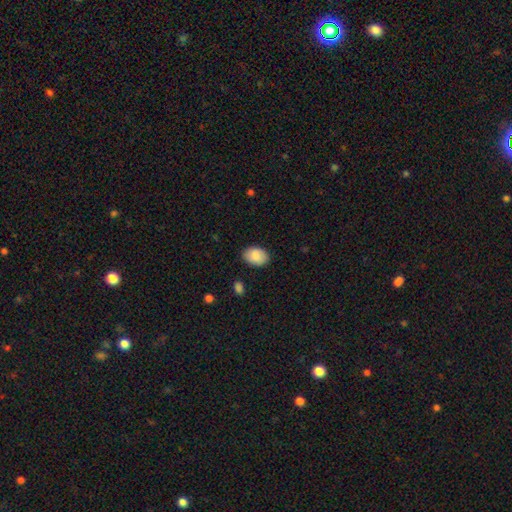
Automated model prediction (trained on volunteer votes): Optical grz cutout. It shows a smooth galaxy with no disk features (85%) that is in between round and cigar-shaped (83%). Merging: none (86%).